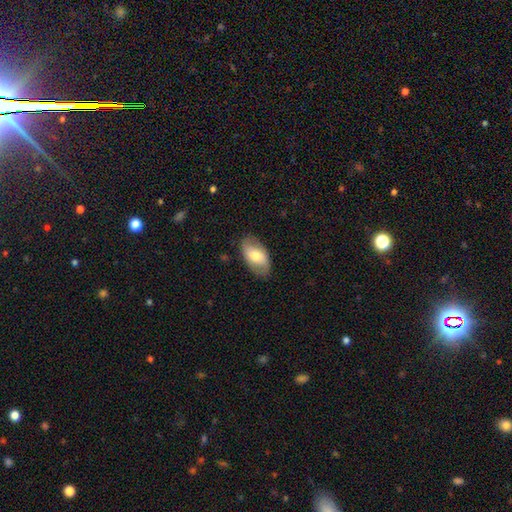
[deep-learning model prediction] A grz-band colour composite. It shows a smooth galaxy with no disk features (57%) that is in between round and cigar-shaped (93%). Merging: none (82%).